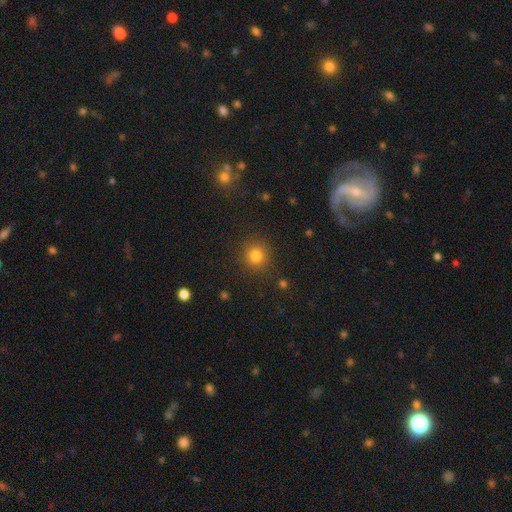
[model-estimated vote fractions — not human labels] Smooth or featured?
  - smooth: 81% *
  - star or artifact: 14%
  - featured or disk: 6%
How rounded?
  - round: 92% *
  - in between: 7%
  - cigar-shaped: 1%
Merging?
  - none: 88% *
  - minor disturbance: 7%
  - major disturbance: 3%
  - merger: 2%